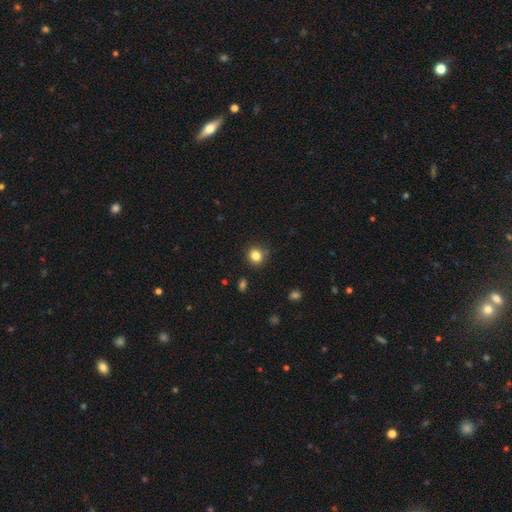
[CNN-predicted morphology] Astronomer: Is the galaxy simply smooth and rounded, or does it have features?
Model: smooth — 83%.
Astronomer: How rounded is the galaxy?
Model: round — 83%.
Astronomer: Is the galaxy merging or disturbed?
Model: none — 84%.